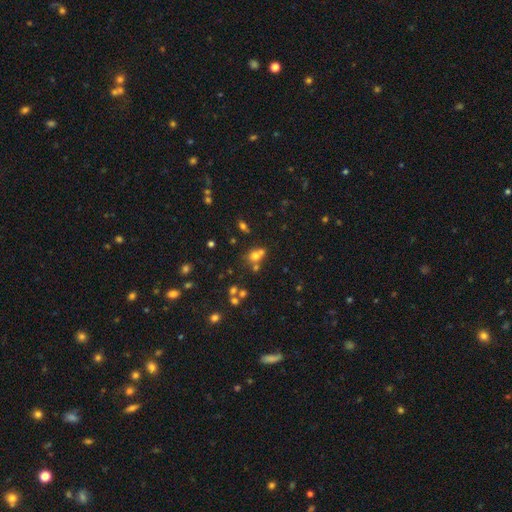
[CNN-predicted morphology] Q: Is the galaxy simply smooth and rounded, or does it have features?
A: smooth — 62%.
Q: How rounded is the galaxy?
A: round — 66%.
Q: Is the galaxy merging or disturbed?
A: none — 44%.